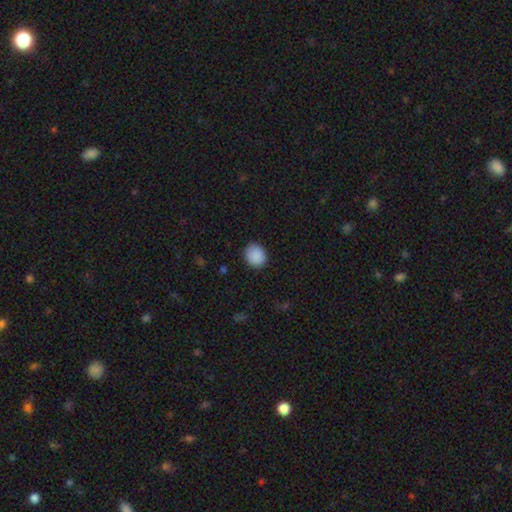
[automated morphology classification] smooth-or-featured: smooth: 90% | star or artifact: 8% | featured or disk: 3%
  how-rounded: round: 76% | in between: 23% | cigar-shaped: 1%
  merging: none: 88% | minor disturbance: 9% | major disturbance: 2% | merger: 1%